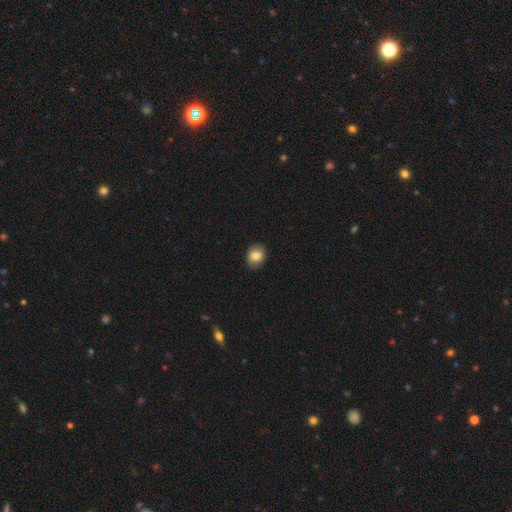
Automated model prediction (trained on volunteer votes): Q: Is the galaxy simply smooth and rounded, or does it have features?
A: smooth — 81%.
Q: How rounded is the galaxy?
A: round — 55%.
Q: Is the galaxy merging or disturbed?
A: none — 86%.